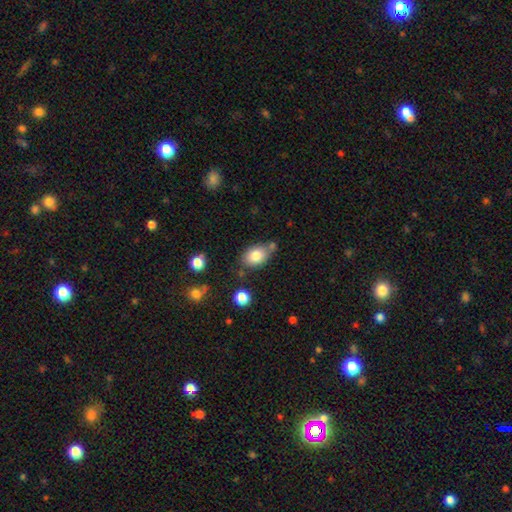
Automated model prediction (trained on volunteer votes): Smooth or featured?
  - smooth: 81% *
  - featured or disk: 11%
  - star or artifact: 8%
How rounded?
  - in between: 80% *
  - round: 19%
  - cigar-shaped: 1%
Merging?
  - none: 62% *
  - minor disturbance: 20%
  - merger: 13%
  - major disturbance: 5%